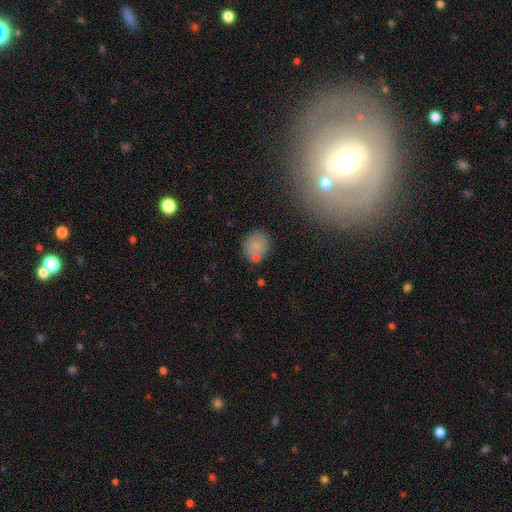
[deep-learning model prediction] This is likely a smooth galaxy (77%). How rounded: likely round (76%). Merging: likely none (71%).